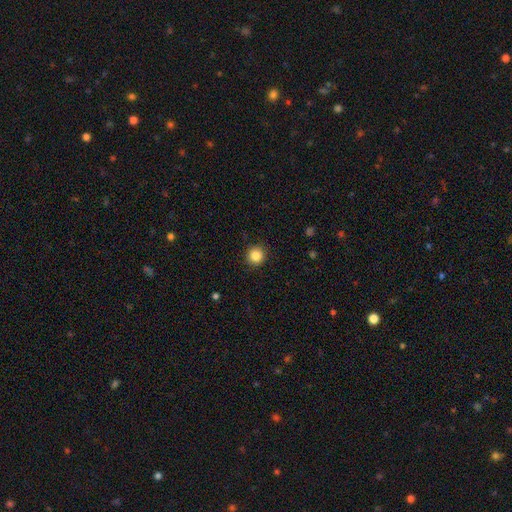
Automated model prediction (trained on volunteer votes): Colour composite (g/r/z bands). It shows a smooth galaxy with no disk features (86%) that is round (94%). Merging: none (91%).